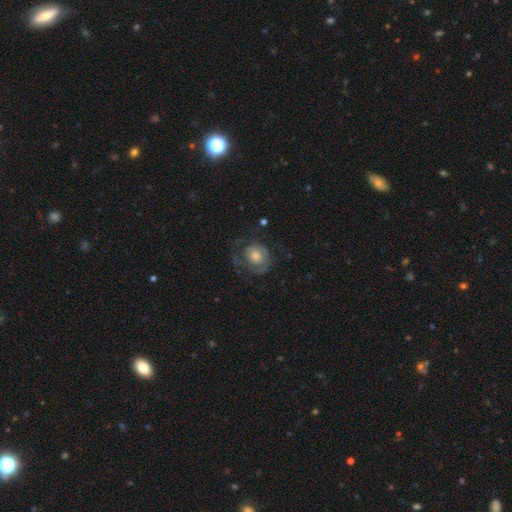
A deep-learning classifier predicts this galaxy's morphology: A featured or disk galaxy (59%) with no bar (81%), spiral arms (70%) and a moderate central bulge (52%).

Vote fractions:
- Smooth or featured? featured or disk: 59% / smooth: 32% / star or artifact: 9%
- Edge-on disk? no: 97% / yes: 3%
- Bar? no: 81% / weak: 16% / strong: 3%
- Spiral arms? yes: 70% / no: 30%
- Bulge size? moderate: 52% / small: 27% / large: 16% / none: 3% / dominant: 2%
- Merging? none: 53% / major disturbance: 27% / minor disturbance: 18% / merger: 2%